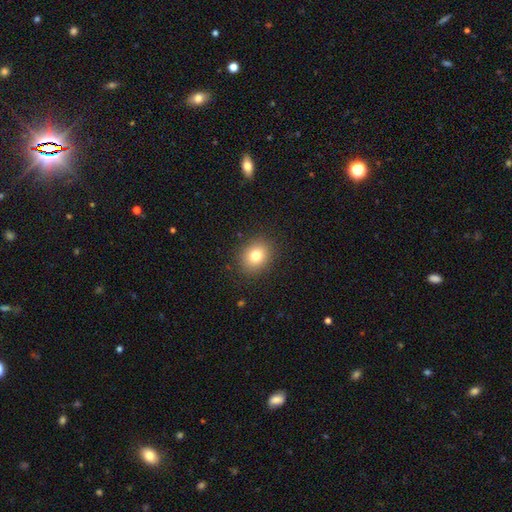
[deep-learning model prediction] This is likely a smooth galaxy (78%). How rounded: likely round (67%). Merging: clearly none (89%).